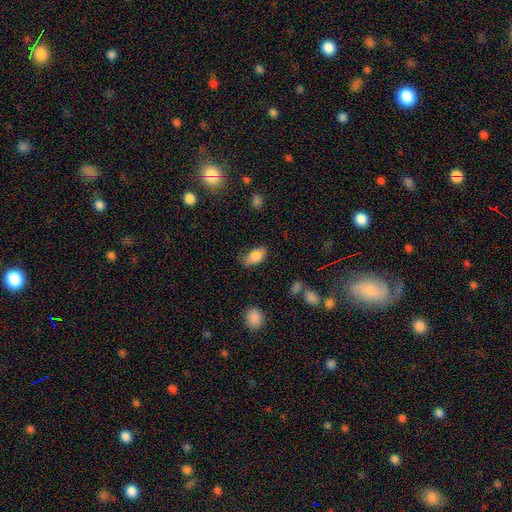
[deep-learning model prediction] smooth_or_featured: smooth (p=0.80) [alt: featured or disk p=0.13]
how_rounded: in between (p=0.92) [alt: round p=0.04]
merging: none (p=0.71) [alt: minor disturbance p=0.23]